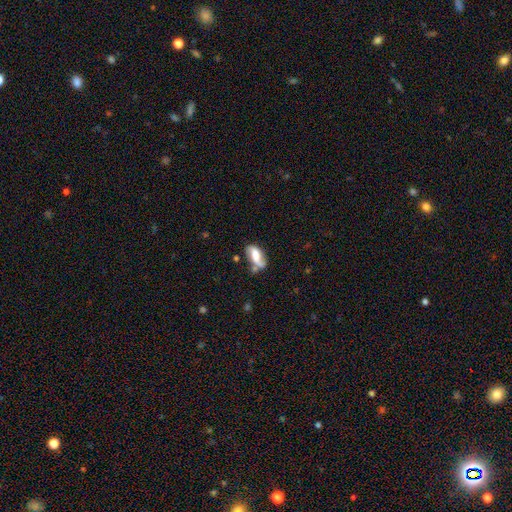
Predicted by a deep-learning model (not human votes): Smooth or featured? featured or disk (57%)
Edge-on disk? no (92%)
Bar? no (40%)
Spiral arms? yes (84%)
Bulge size? large (36%)
Merging? none (50%)